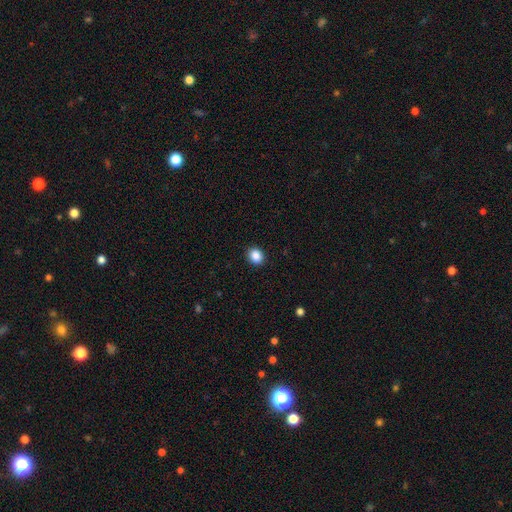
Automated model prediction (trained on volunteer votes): This is clearly a smooth galaxy (88%). How rounded: likely round (67%). Merging: clearly none (91%).